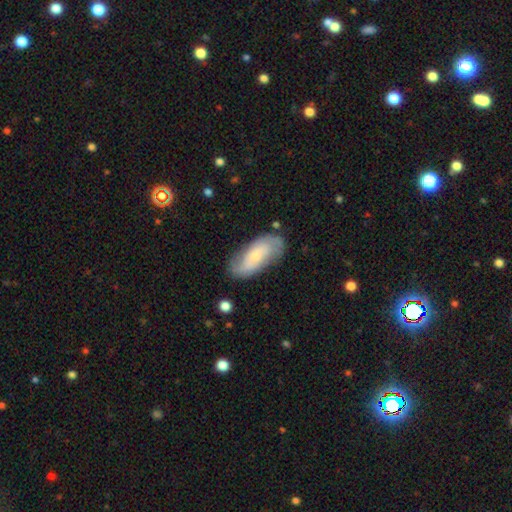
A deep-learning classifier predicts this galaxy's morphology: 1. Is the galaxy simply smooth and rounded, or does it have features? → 56% featured or disk, 38% smooth, 6% star or artifact.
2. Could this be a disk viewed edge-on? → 91% no, 9% yes.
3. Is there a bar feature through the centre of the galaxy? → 58% no, 31% weak, 11% strong.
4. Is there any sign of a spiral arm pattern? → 86% yes, 14% no.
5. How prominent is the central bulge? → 62% small, 27% moderate, 6% none, 4% large, 2% dominant.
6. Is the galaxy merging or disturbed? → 74% none, 18% minor disturbance, 6% major disturbance, 2% merger.